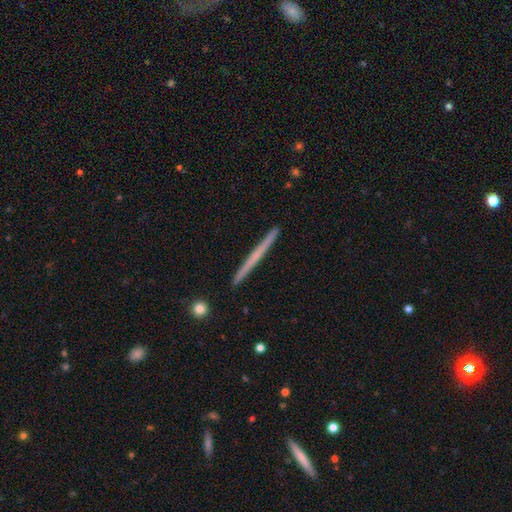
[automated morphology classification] smooth-or-featured: featured or disk: 52% | smooth: 43% | star or artifact: 5%
  disk-edge-on: yes: 98% | no: 2%
    edge-on-bulge: none: 88% | rounded: 9% | boxy: 3%
  merging: none: 93% | minor disturbance: 5% | merger: 1% | major disturbance: 1%